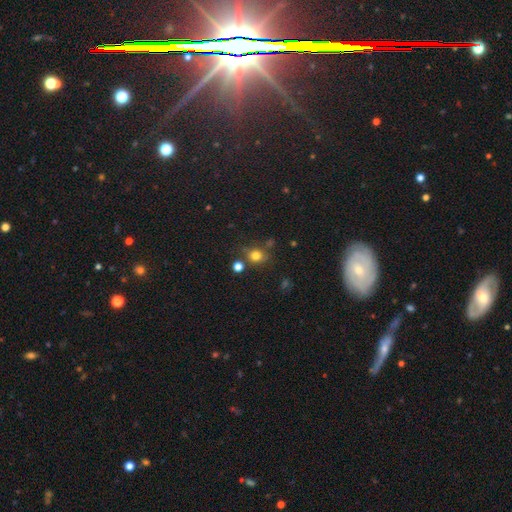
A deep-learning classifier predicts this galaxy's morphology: This appears to be a smooth galaxy with no disk features (76%) that is round (77%). Merging: none (69%).